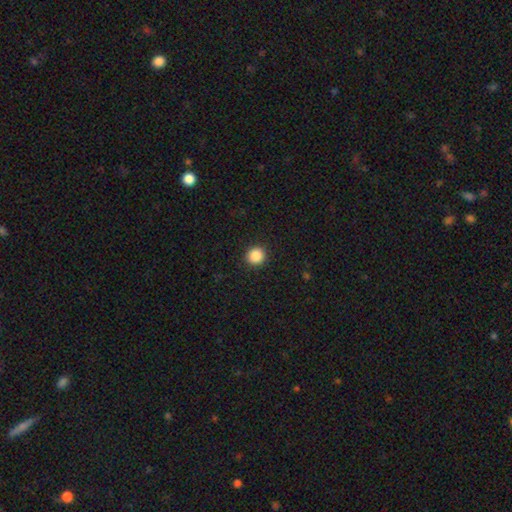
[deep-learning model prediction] This is clearly a smooth galaxy (87%). How rounded: clearly round (94%). Merging: clearly none (93%).